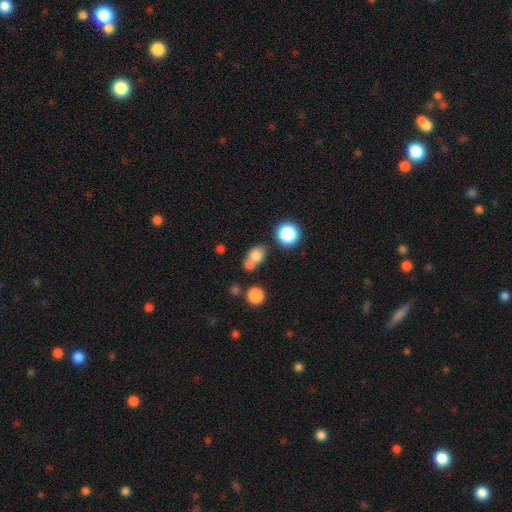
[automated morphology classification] The model was most divided on "how rounded" (2-way tie): round: 49%, in between: 49%, cigar-shaped: 2%. Remaining: smooth or featured — smooth (76%); merging — none (45%).